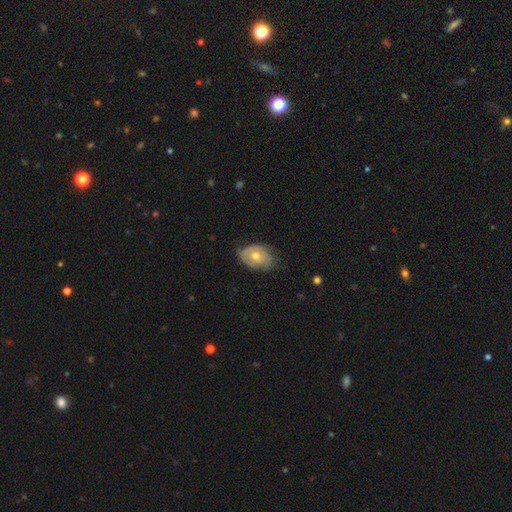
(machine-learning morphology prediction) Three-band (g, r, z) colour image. It shows a featured or disk galaxy (61%) with no bar (80%), spiral arms (72%) and a moderate central bulge (73%). Merging: none (64%).